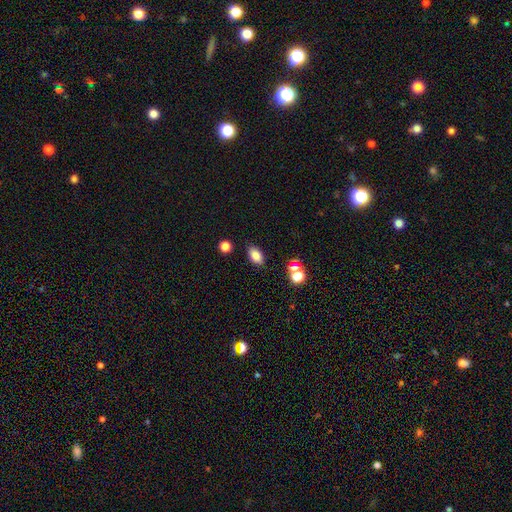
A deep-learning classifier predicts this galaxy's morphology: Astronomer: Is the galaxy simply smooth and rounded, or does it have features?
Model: smooth — 83%.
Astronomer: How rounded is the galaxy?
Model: in between — 89%.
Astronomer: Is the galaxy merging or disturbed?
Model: none — 84%.